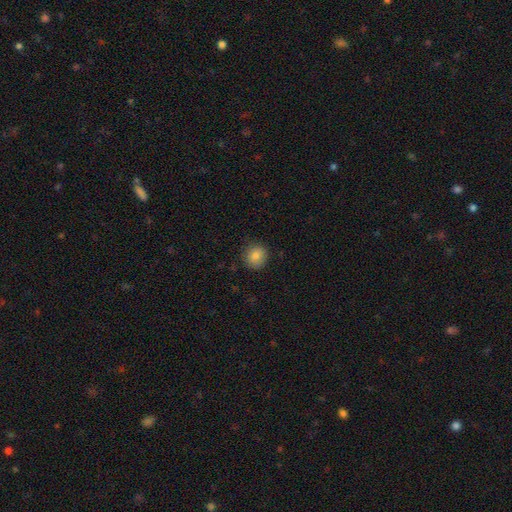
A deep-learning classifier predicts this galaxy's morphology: Smooth or featured: smooth — 86% (star or artifact — 10%)
How rounded: round — 85% (in between — 14%)
Merging: none — 86% (minor disturbance — 11%)